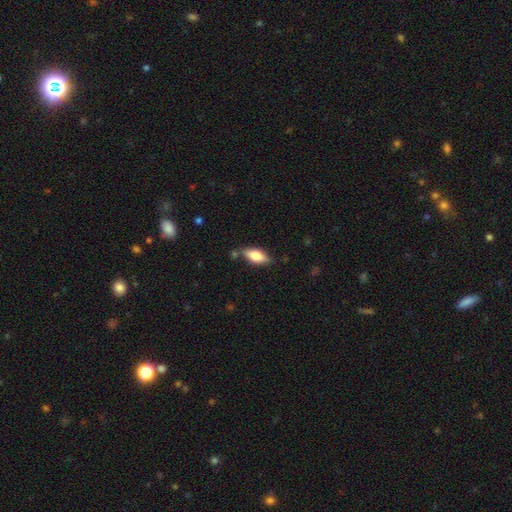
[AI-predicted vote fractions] This is likely a smooth galaxy (74%). How rounded: clearly in between (81%). Merging: likely none (77%).